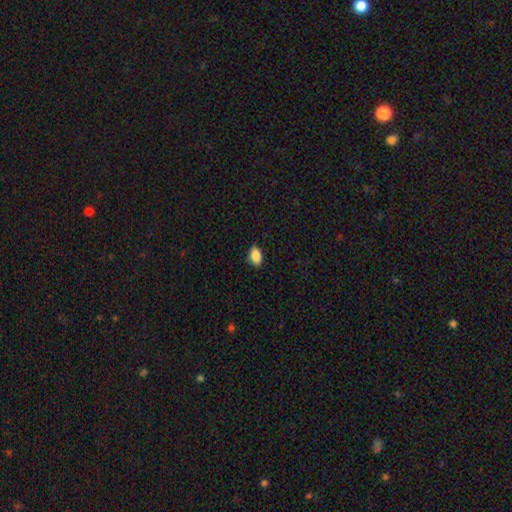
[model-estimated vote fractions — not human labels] smooth_or_featured: smooth (p=0.87) [alt: star or artifact p=0.08]
how_rounded: in between (p=0.88) [alt: round p=0.10]
merging: none (p=0.86) [alt: minor disturbance p=0.11]